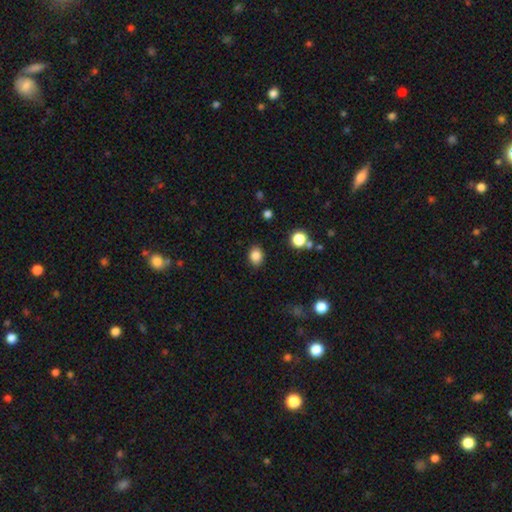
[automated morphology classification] The model was most divided on "how rounded": in between: 55%, round: 44%, cigar-shaped: 1%. More confident: merging — none (87%); smooth or featured — smooth (85%).